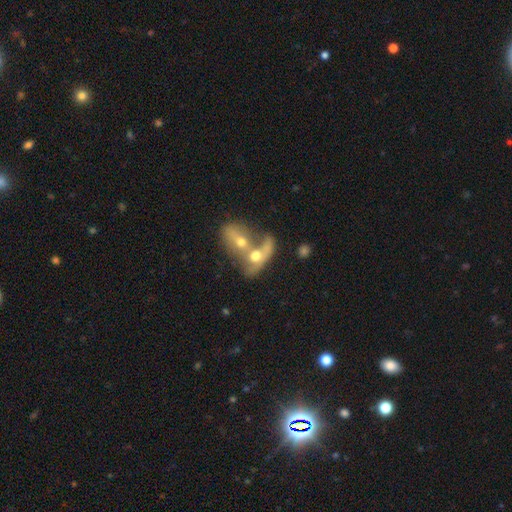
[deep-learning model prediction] The model was most divided on "smooth or featured": smooth: 50%, featured or disk: 42%, star or artifact: 8%. More confident: merging — merger (78%).